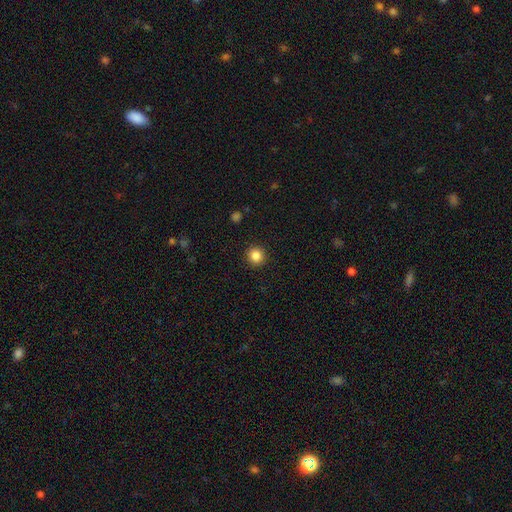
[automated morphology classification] A smooth galaxy with no disk features (85%) that is round (94%).

Vote fractions:
- Smooth or featured? smooth: 85% / star or artifact: 11% / featured or disk: 5%
- How rounded? round: 94% / in between: 5% / cigar-shaped: 1%
- Merging? none: 92% / minor disturbance: 5% / major disturbance: 2% / merger: 1%